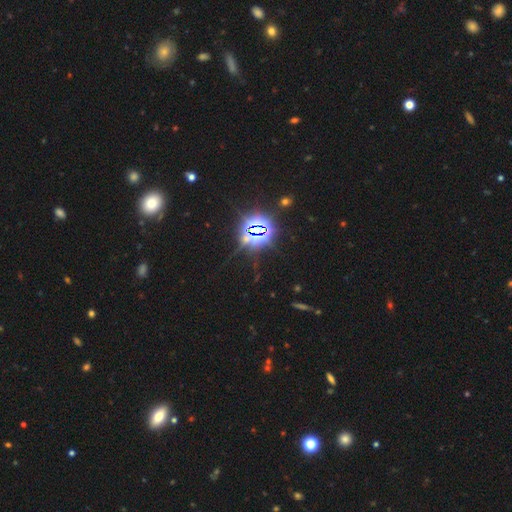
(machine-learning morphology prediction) This is likely a star or artifact rather than a galaxy (77%).